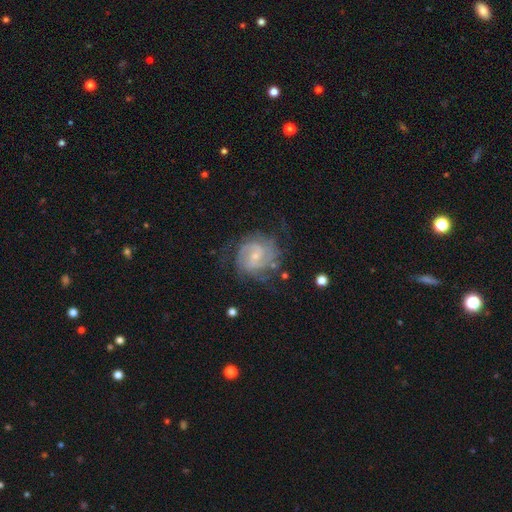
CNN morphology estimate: The model was most divided on "bar": weak: 51%, no: 39%, strong: 11%. More confident: edge-on disk — no (98%); spiral arms — yes (96%); smooth or featured — featured or disk (85%); bulge size — small (69%); merging — none (67%); spiral arm count — 2 (56%); spiral winding — tight (52%).